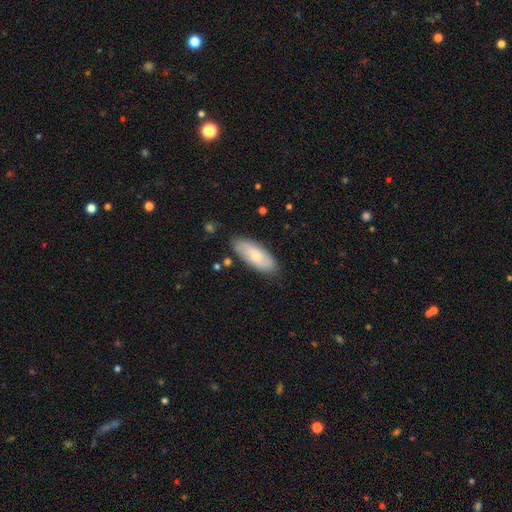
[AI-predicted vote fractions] A smooth galaxy with no disk features (66%) that is in between round and cigar-shaped (86%).

Vote fractions:
- Smooth or featured? smooth: 66% / featured or disk: 28% / star or artifact: 6%
- How rounded? in between: 86% / cigar-shaped: 12% / round: 2%
- Merging? none: 82% / minor disturbance: 13% / major disturbance: 3% / merger: 2%